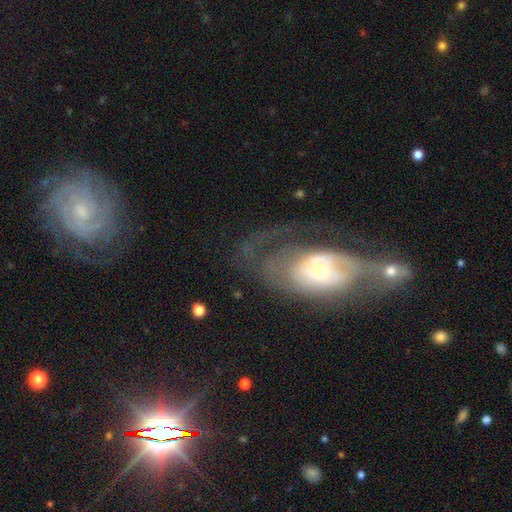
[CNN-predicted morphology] A featured or disk galaxy (70%) with no bar (72%), spiral arms (72%) and a small central bulge (54%).

Vote fractions:
- Smooth or featured? featured or disk: 70% / smooth: 19% / star or artifact: 10%
- Edge-on disk? no: 92% / yes: 8%
- Bar? no: 72% / weak: 21% / strong: 7%
- Spiral arms? yes: 72% / no: 28%
- Bulge size? small: 54% / moderate: 34% / large: 7% / none: 2% / dominant: 2%
- Merging? none: 36% / major disturbance: 29% / minor disturbance: 18% / merger: 16%